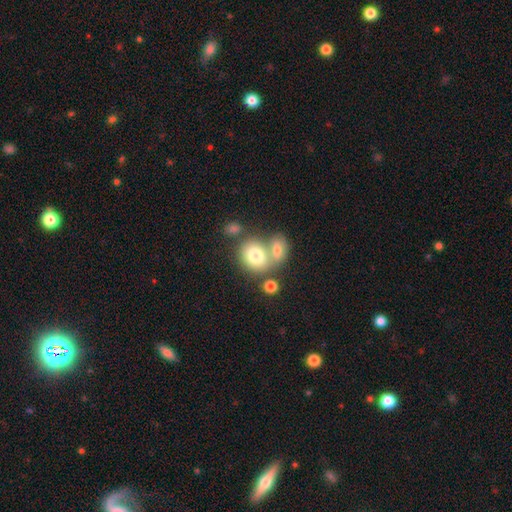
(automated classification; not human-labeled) Overall: smooth (77%). How rounded: round (57%; in between 42%). Merging: merger (48%; none 38%).